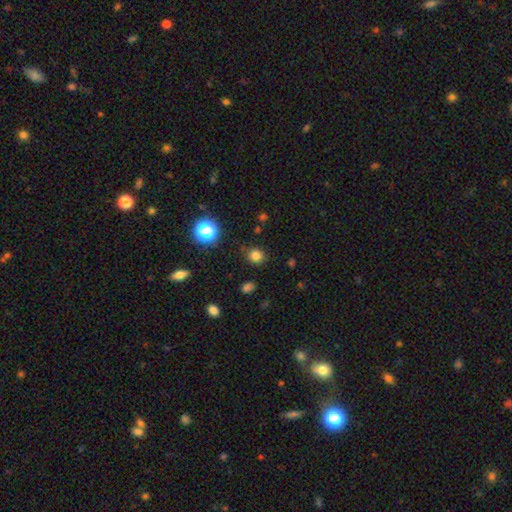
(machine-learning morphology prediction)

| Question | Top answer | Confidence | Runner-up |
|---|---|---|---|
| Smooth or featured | smooth | 80% | star or artifact (16%) |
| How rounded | round | 83% | in between (17%) |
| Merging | none | 85% | minor disturbance (10%) |